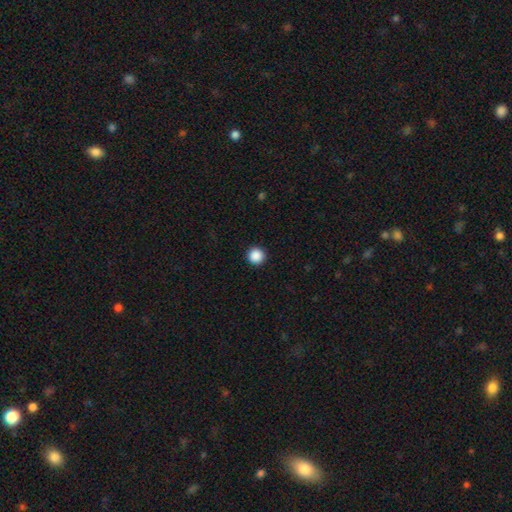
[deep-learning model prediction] smooth_or_featured: smooth (p=0.89) [alt: star or artifact p=0.09]
how_rounded: round (p=0.96) [alt: in between p=0.03]
merging: none (p=0.93) [alt: minor disturbance p=0.05]